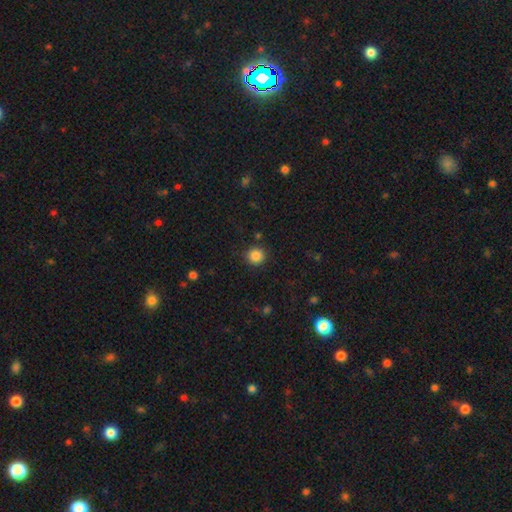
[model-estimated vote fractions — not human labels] This is clearly a smooth galaxy (86%). How rounded: clearly round (93%). Merging: clearly none (89%).